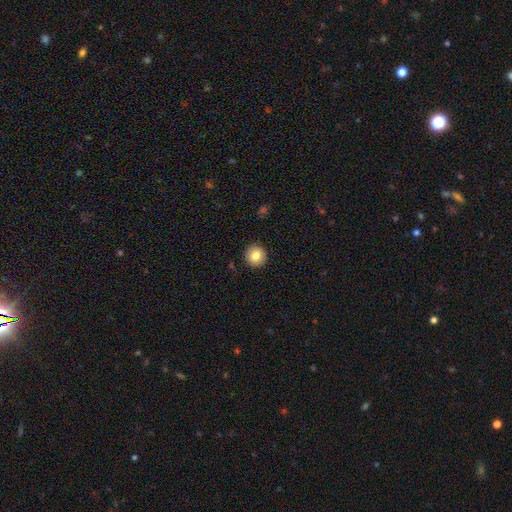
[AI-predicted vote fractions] Smooth or featured?
  - smooth: 83% *
  - star or artifact: 9%
  - featured or disk: 8%
How rounded?
  - round: 94% *
  - in between: 5%
  - cigar-shaped: 1%
Merging?
  - none: 91% *
  - minor disturbance: 6%
  - major disturbance: 2%
  - merger: 1%